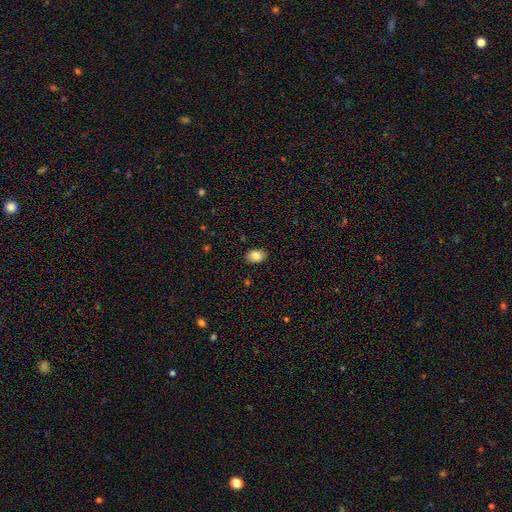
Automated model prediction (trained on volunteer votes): Smooth or featured? Predicted: smooth (p=0.85). How rounded? Predicted: in between (p=0.83). Merging? Predicted: none (p=0.87).